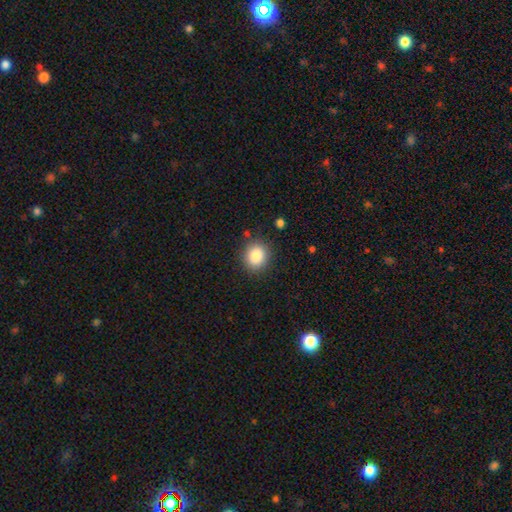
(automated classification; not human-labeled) A smooth galaxy with no disk features (86%) that is round (74%). Merging: none (86%).